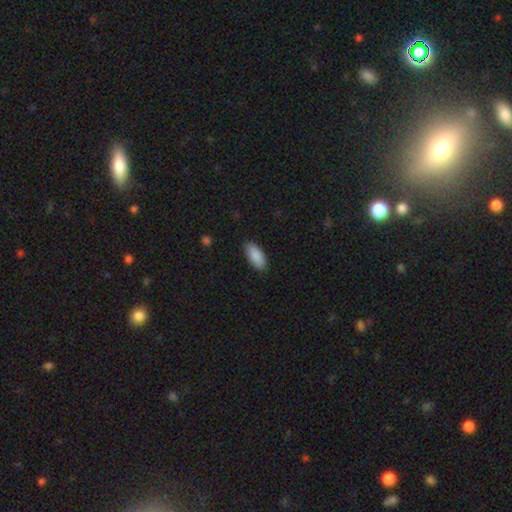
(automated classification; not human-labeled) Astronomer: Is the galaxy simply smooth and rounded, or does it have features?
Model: smooth — 90%.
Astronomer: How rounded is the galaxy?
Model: in between — 89%.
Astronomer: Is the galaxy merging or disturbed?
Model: none — 88%.